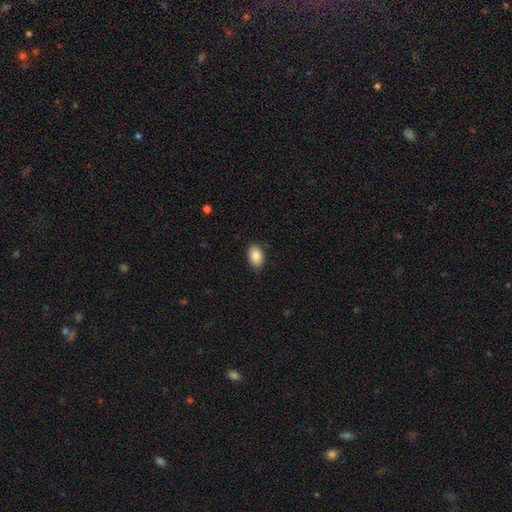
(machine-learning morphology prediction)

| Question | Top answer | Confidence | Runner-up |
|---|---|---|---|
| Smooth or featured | smooth | 87% | star or artifact (7%) |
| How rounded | in between | 86% | round (13%) |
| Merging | none | 84% | minor disturbance (13%) |